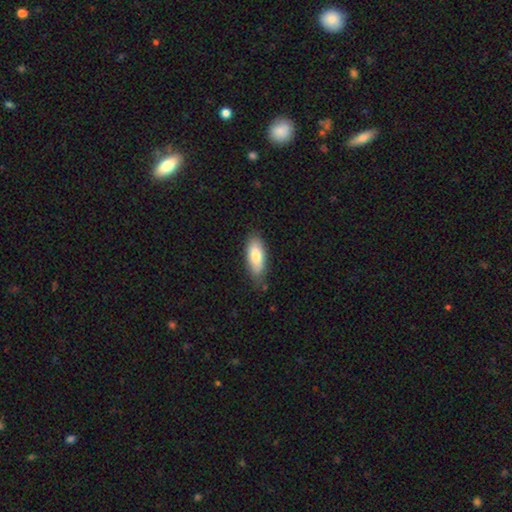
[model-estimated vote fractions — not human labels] smooth-or-featured: smooth: 79% | featured or disk: 15% | star or artifact: 6%
  how-rounded: in between: 79% | cigar-shaped: 19% | round: 2%
  merging: none: 77% | minor disturbance: 18% | major disturbance: 3% | merger: 2%